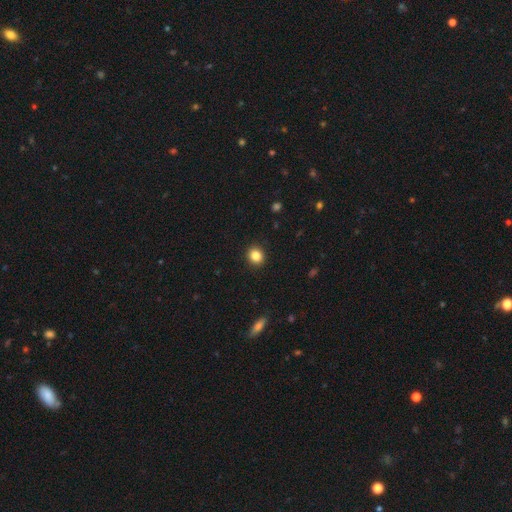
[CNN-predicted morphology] A smooth galaxy with no disk features (85%) that is round (80%).

Vote fractions:
- Smooth or featured? smooth: 85% / star or artifact: 10% / featured or disk: 5%
- How rounded? round: 80% / in between: 19% / cigar-shaped: 1%
- Merging? none: 92% / minor disturbance: 5% / major disturbance: 2% / merger: 1%